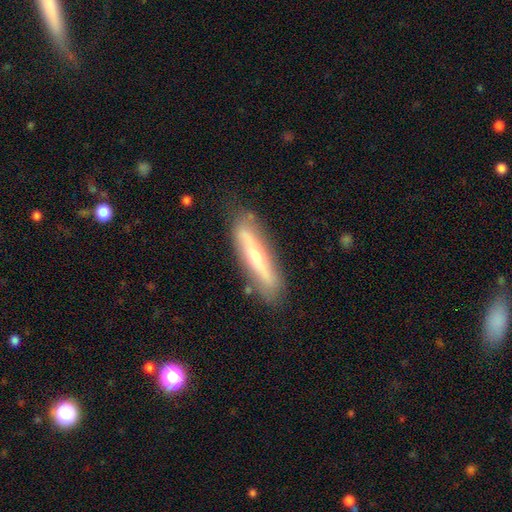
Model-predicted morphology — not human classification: Smooth or featured? Predicted: featured or disk (p=0.60). Edge-on disk? Predicted: yes (p=0.68). Merging? Predicted: none (p=0.78).